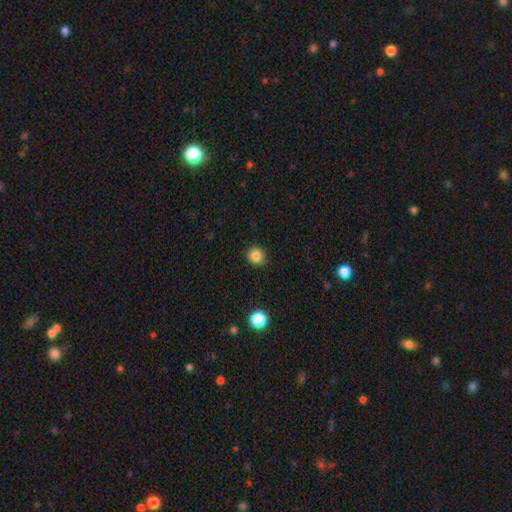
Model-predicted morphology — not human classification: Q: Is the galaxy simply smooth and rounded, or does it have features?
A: smooth — 84%.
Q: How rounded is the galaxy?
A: round — 85%.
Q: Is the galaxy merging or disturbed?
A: none — 84%.